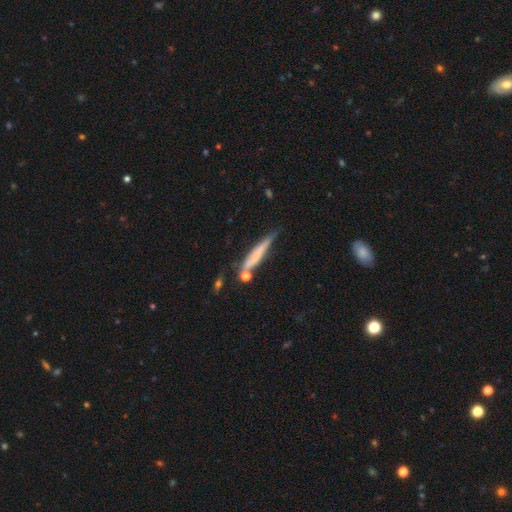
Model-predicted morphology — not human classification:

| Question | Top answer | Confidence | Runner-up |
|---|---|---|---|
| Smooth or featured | smooth | 57% | featured or disk (34%) |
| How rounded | cigar-shaped | 91% | in between (7%) |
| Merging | none | 57% | minor disturbance (24%) |